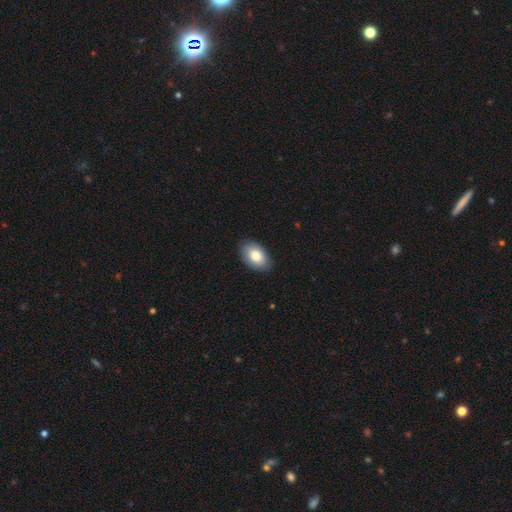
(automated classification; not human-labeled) Smooth or featured? smooth (80%)
How rounded? in between (92%)
Merging? none (86%)